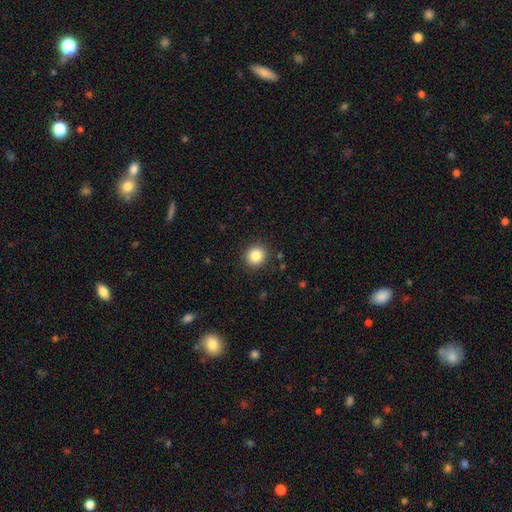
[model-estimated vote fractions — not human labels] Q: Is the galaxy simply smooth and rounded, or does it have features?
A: smooth — 85%.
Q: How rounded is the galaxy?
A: round — 89%.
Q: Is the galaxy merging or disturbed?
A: none — 90%.